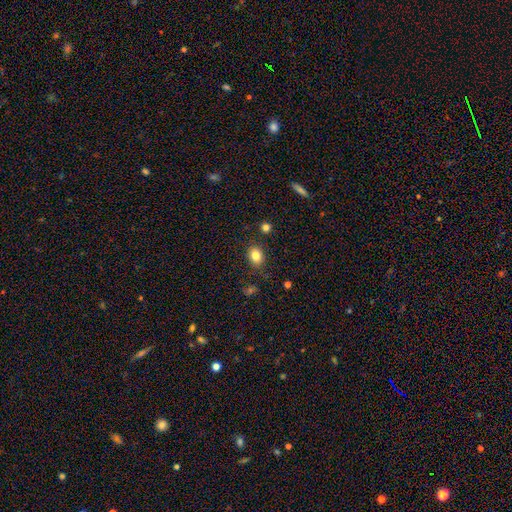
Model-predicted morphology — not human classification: smooth_or_featured: smooth (p=0.83) [alt: star or artifact p=0.10]
how_rounded: in between (p=0.57) [alt: round p=0.42]
merging: none (p=0.84) [alt: minor disturbance p=0.11]